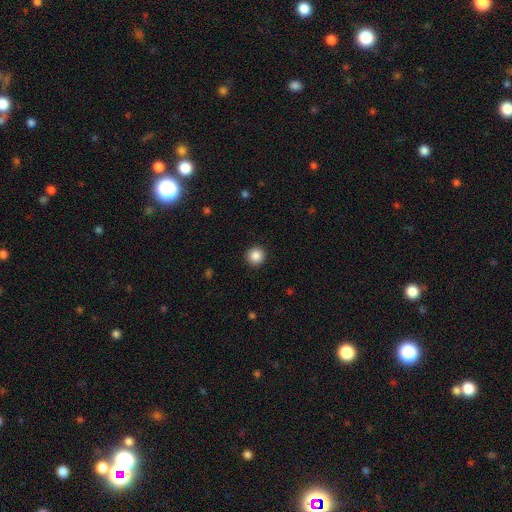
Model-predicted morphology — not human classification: A smooth galaxy with no disk features (87%) that is round (95%). Merging: none (93%).